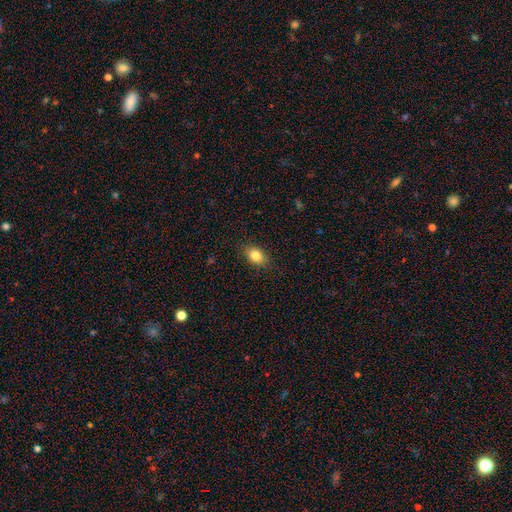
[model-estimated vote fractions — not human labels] A smooth galaxy with no disk features (82%) that is in between round and cigar-shaped (81%).

Vote fractions:
- Smooth or featured? smooth: 82% / star or artifact: 9% / featured or disk: 9%
- How rounded? in between: 81% / round: 17% / cigar-shaped: 2%
- Merging? none: 87% / minor disturbance: 10% / major disturbance: 2% / merger: 1%